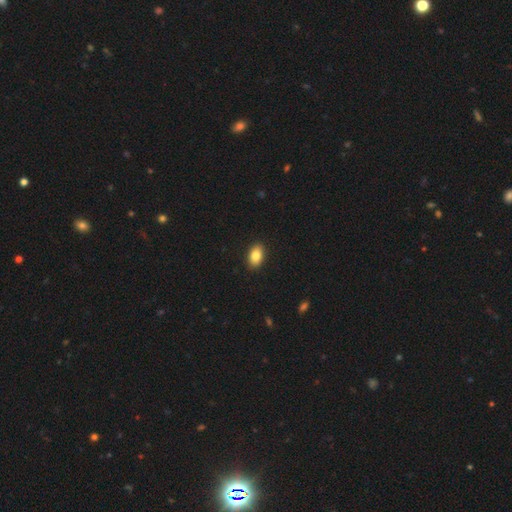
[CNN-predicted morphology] Smooth or featured: smooth — 85% (star or artifact — 8%)
How rounded: in between — 89% (round — 10%)
Merging: none — 90% (minor disturbance — 7%)